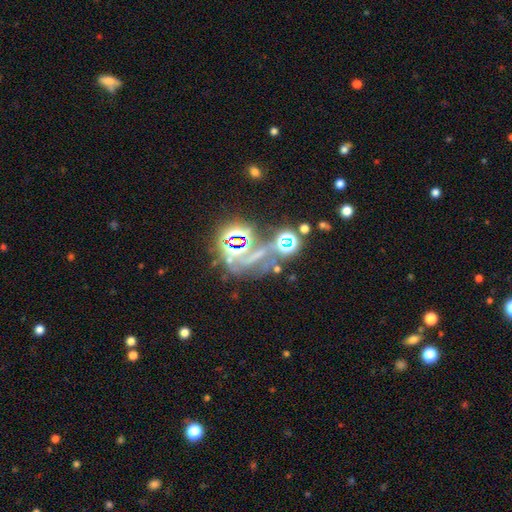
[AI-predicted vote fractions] smooth-or-featured: star or artifact: 71% | featured or disk: 15% | smooth: 14%